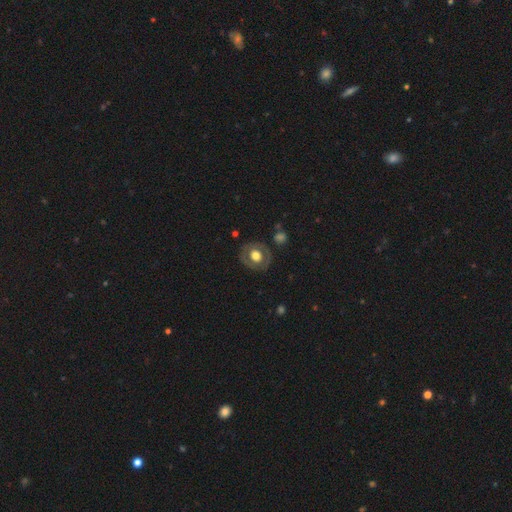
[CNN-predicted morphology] A smooth galaxy with no disk features (48%).

Vote fractions:
- Smooth or featured? smooth: 48% / featured or disk: 45% / star or artifact: 7%
- Merging? none: 81% / minor disturbance: 12% / major disturbance: 5% / merger: 2%